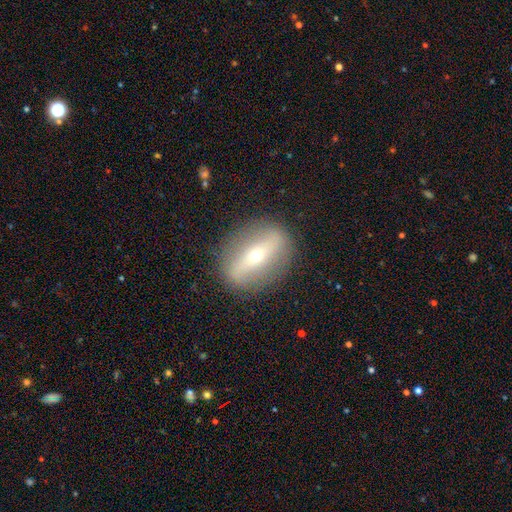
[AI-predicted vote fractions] A featured or disk galaxy (66%). Merging: none (86%).